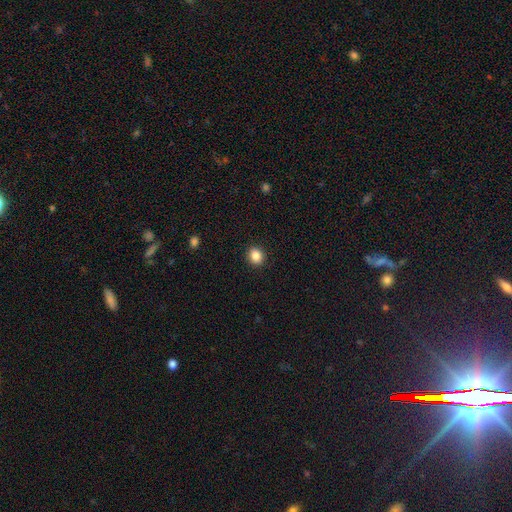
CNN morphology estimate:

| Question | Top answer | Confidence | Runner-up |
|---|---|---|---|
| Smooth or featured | smooth | 87% | star or artifact (9%) |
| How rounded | round | 70% | in between (29%) |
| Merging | none | 91% | minor disturbance (6%) |